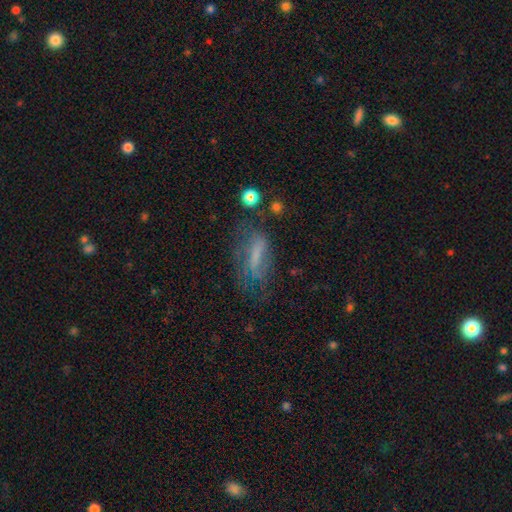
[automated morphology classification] Overall: featured or disk (44%; smooth 41%). Merging: none (46%; major disturbance 26%).